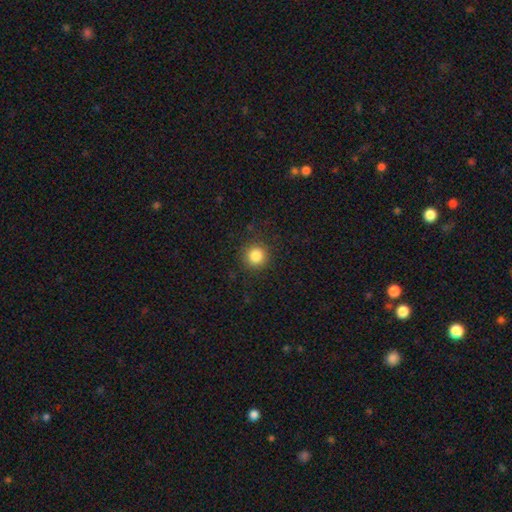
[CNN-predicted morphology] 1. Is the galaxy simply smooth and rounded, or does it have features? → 85% smooth, 11% star or artifact, 4% featured or disk.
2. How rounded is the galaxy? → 94% round, 5% in between, 1% cigar-shaped.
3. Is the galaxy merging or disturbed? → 90% none, 7% minor disturbance, 3% major disturbance, 1% merger.